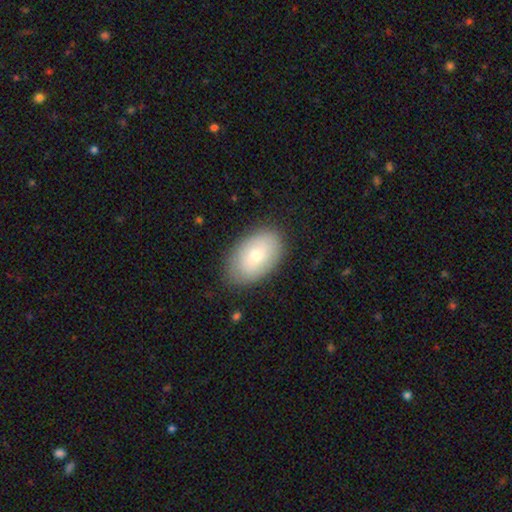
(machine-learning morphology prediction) Smooth or featured?
  - smooth: 71% *
  - featured or disk: 22%
  - star or artifact: 6%
How rounded?
  - in between: 92% *
  - round: 7%
  - cigar-shaped: 1%
Merging?
  - none: 84% *
  - minor disturbance: 12%
  - major disturbance: 3%
  - merger: 1%